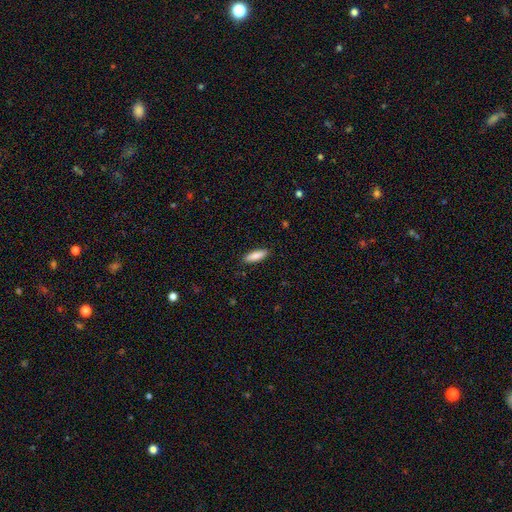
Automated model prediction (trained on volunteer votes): Smooth or featured: smooth — 86% (featured or disk — 8%)
How rounded: in between — 50% (cigar-shaped — 48%)
Merging: none — 90% (minor disturbance — 8%)